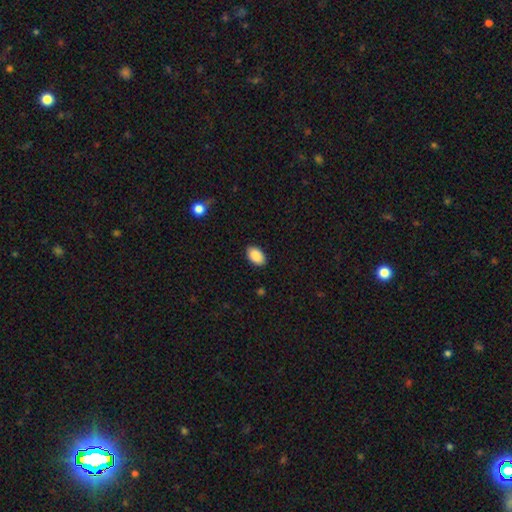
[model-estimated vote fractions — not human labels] smooth 90%, star or artifact 7%, featured or disk 3%. Down the decision tree: how rounded — in between (91%); merging — none (87%).